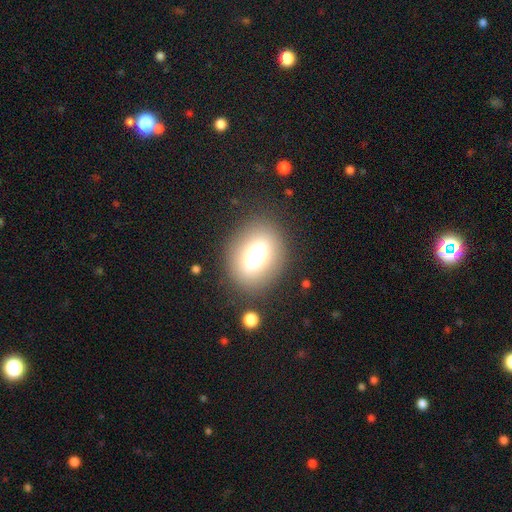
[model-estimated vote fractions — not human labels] Smooth or featured? smooth (66%)
How rounded? in between (57%)
Merging? none (80%)